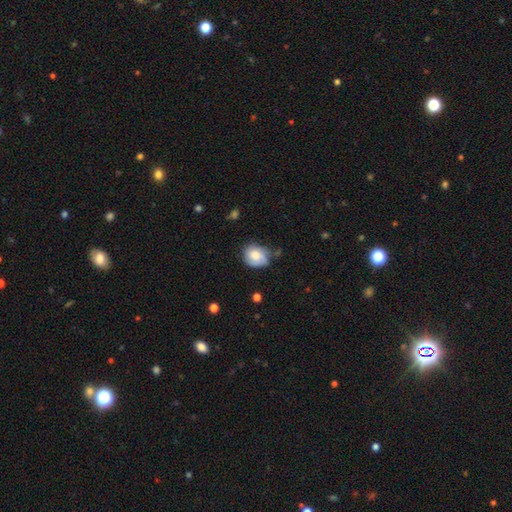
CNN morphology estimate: The model was most divided on "how rounded": round: 52%, in between: 47%, cigar-shaped: 1%. More confident: smooth or featured — smooth (68%); merging — none (52%).